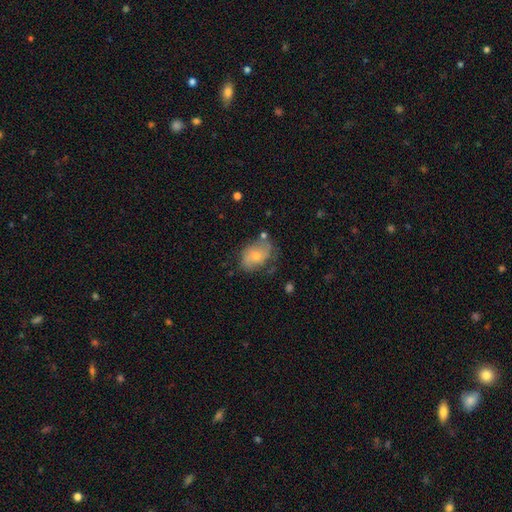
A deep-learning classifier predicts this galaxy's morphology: Overall: smooth (51%; featured or disk 41%). How rounded: in between (76%). Merging: none (59%; minor disturbance 26%).